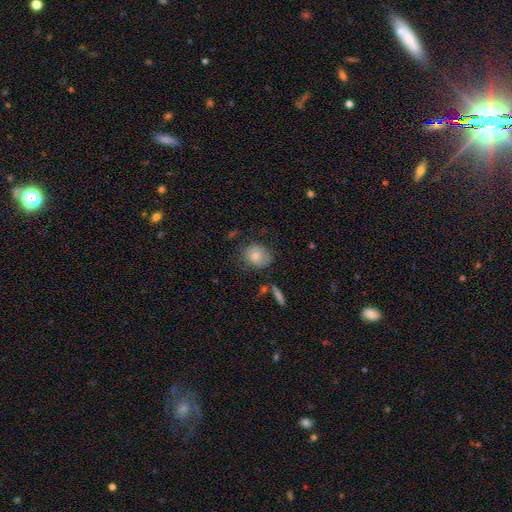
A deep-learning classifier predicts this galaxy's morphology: type=smooth (76%); roundness=round (60%); merging=none (65%).